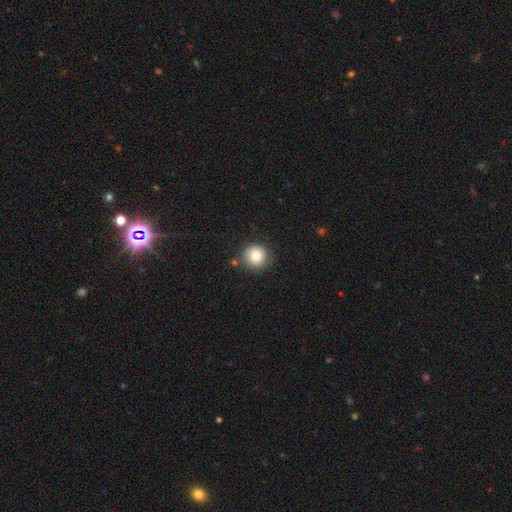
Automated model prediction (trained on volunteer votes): This appears to be a smooth galaxy with no disk features (81%) that is round (92%). Merging: none (79%).